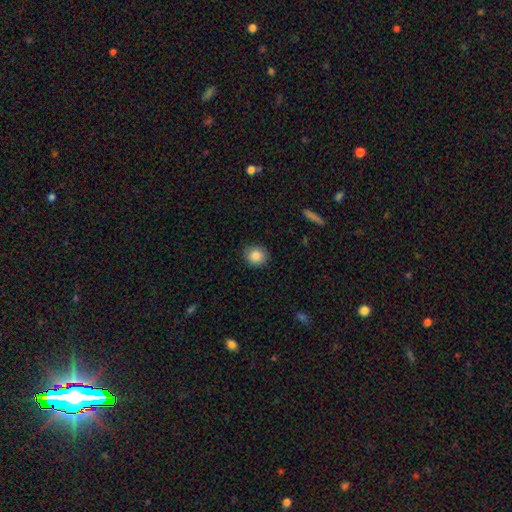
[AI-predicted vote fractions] Smooth or featured: smooth — 86% (star or artifact — 9%)
How rounded: round — 86% (in between — 13%)
Merging: none — 86% (minor disturbance — 10%)